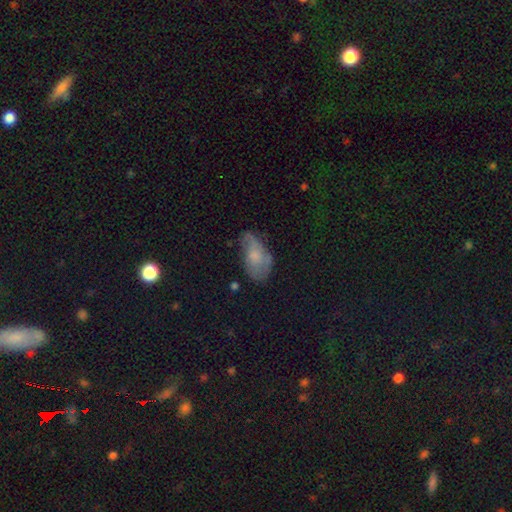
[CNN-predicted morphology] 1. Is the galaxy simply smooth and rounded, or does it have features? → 54% smooth, 37% featured or disk, 8% star or artifact.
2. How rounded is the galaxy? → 91% in between, 5% round, 4% cigar-shaped.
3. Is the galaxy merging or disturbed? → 47% none, 33% minor disturbance, 17% major disturbance, 3% merger.